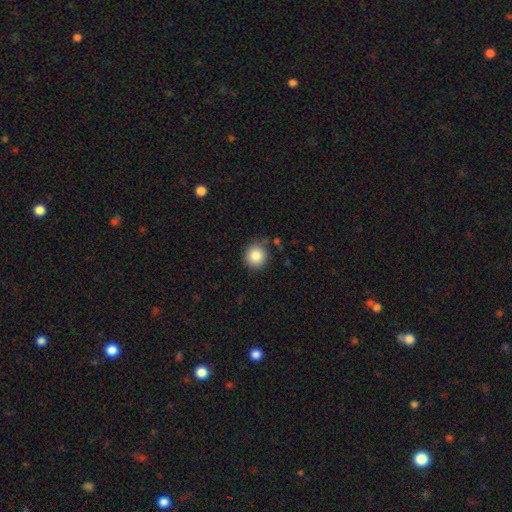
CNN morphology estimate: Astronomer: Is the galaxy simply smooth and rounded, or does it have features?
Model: smooth — 86%.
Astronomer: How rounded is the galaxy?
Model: round — 92%.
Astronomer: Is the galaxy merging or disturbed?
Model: none — 82%.